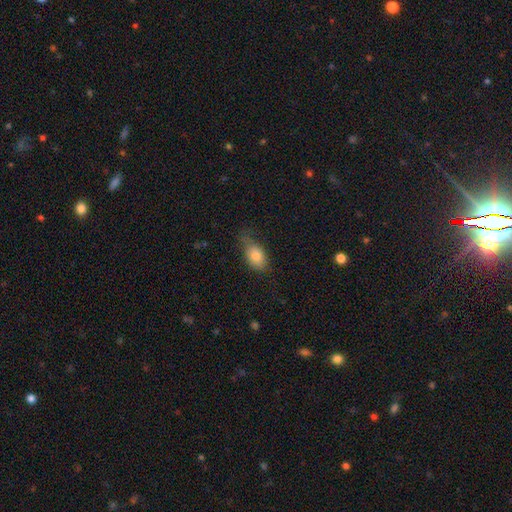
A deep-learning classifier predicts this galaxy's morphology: A smooth galaxy with no disk features (80%) that is in between round and cigar-shaped (86%).

Vote fractions:
- Smooth or featured? smooth: 80% / featured or disk: 11% / star or artifact: 8%
- How rounded? in between: 86% / round: 11% / cigar-shaped: 3%
- Merging? none: 50% / minor disturbance: 35% / major disturbance: 13% / merger: 2%